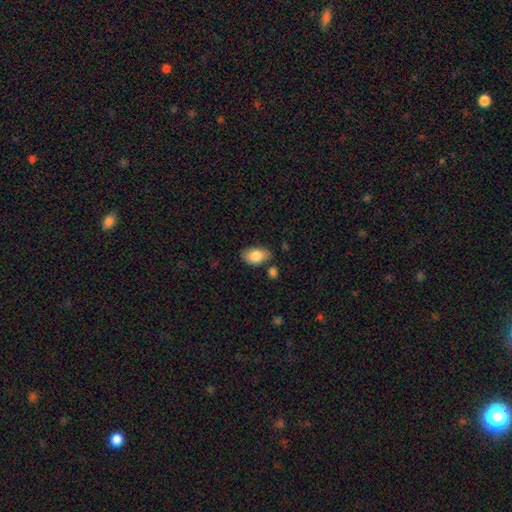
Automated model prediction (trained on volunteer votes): A smooth galaxy with no disk features (85%) that is in between round and cigar-shaped (88%). Merging: none (74%).